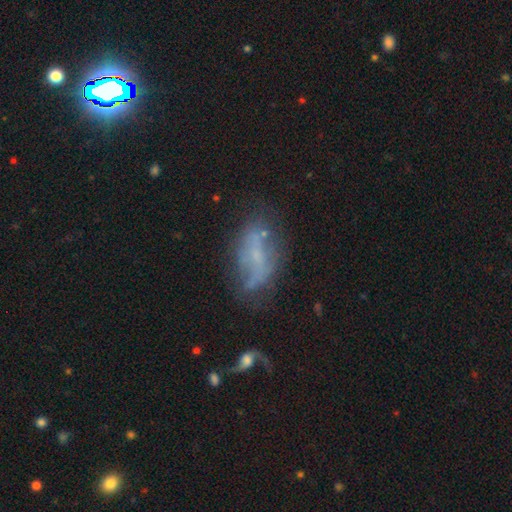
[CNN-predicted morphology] type=featured or disk (53%); edge-on=no (88%); merging=none (44%).